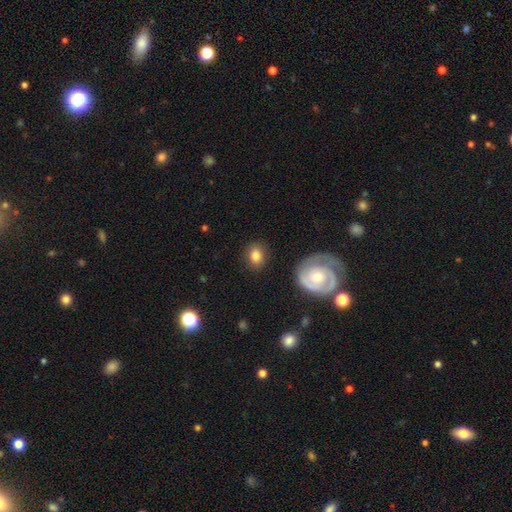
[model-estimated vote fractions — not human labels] A smooth galaxy with no disk features (81%) that is round (52%). Merging: none (85%).